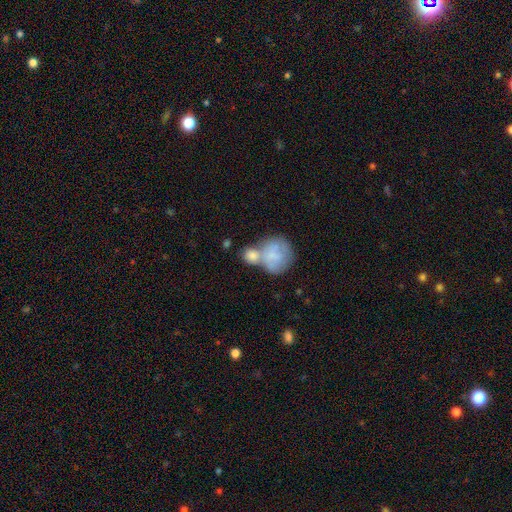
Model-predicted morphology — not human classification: This is likely a smooth galaxy (67%). How rounded: likely round (72%). Merging: possibly merger (54%).